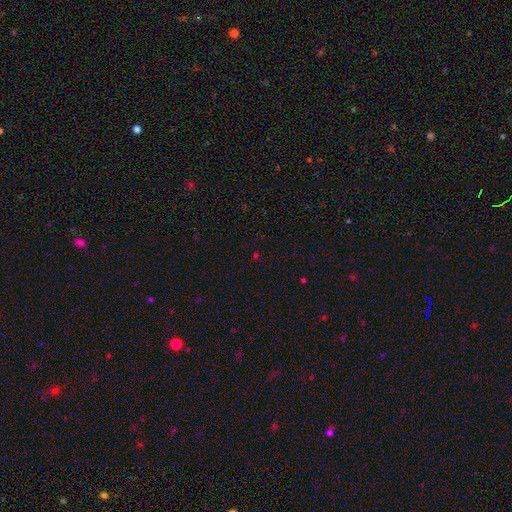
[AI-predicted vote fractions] This is likely a star or artifact rather than a galaxy (60%).